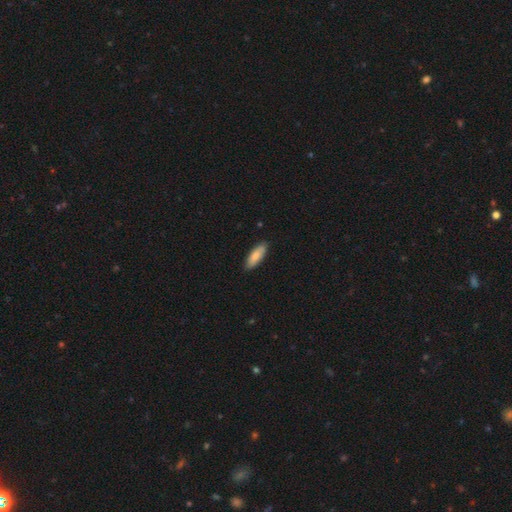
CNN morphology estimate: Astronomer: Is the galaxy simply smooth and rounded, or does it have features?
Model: smooth — 82%.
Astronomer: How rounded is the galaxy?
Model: in between — 60% (runner-up: cigar-shaped, 38%).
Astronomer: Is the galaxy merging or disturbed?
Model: none — 86%.